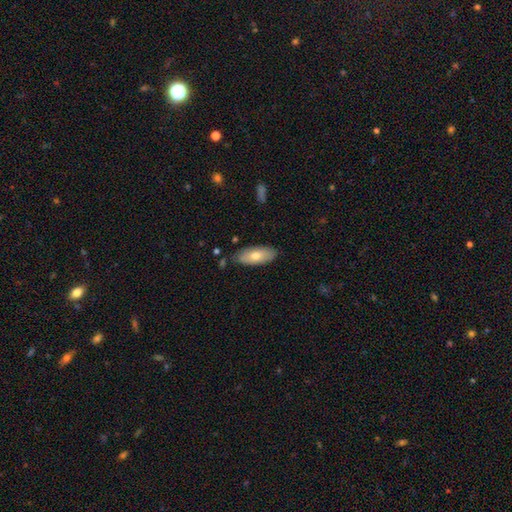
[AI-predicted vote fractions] Overall: smooth (70%). How rounded: in between (82%). Merging: none (81%).